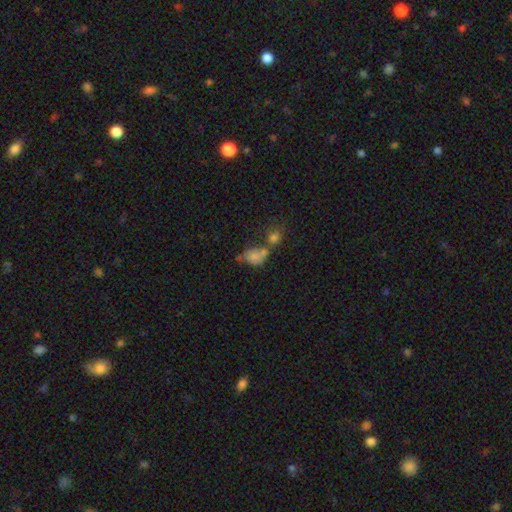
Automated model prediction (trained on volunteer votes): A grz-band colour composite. It shows a smooth galaxy with no disk features (71%) that is in between round and cigar-shaped (61%). Merging: merger (48%).